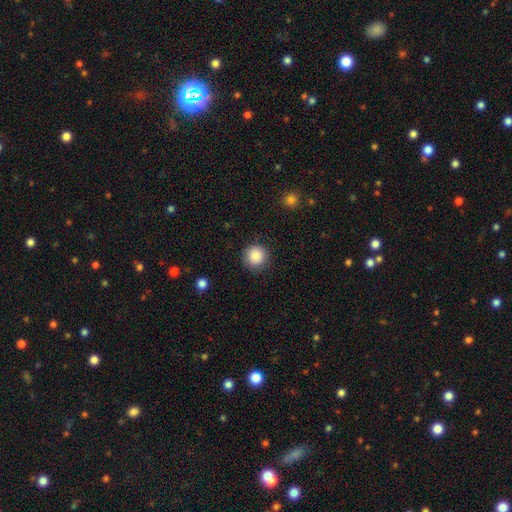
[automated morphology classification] smooth-or-featured: smooth: 87% | star or artifact: 9% | featured or disk: 4%
  how-rounded: round: 94% | in between: 5% | cigar-shaped: 1%
  merging: none: 87% | minor disturbance: 9% | major disturbance: 3% | merger: 1%